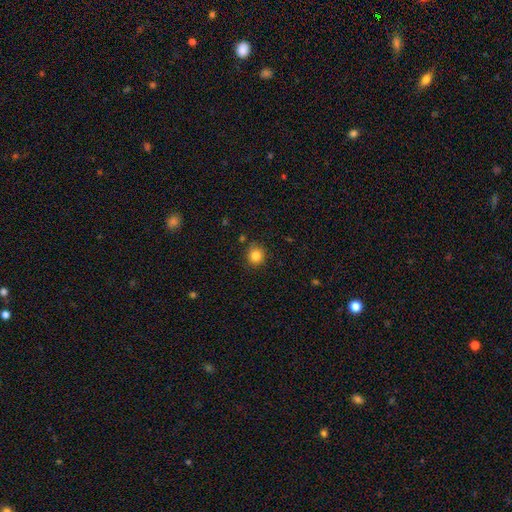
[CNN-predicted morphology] Smooth or featured?
  - smooth: 84% *
  - star or artifact: 11%
  - featured or disk: 5%
How rounded?
  - round: 89% *
  - in between: 10%
  - cigar-shaped: 1%
Merging?
  - none: 85% *
  - minor disturbance: 10%
  - major disturbance: 2%
  - merger: 2%